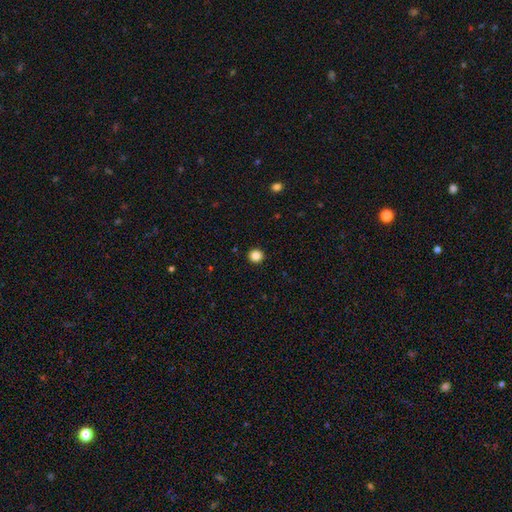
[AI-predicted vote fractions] smooth-or-featured: smooth: 85% | star or artifact: 11% | featured or disk: 3%
  how-rounded: round: 95% | in between: 4% | cigar-shaped: 1%
  merging: none: 93% | minor disturbance: 4% | major disturbance: 1% | merger: 1%